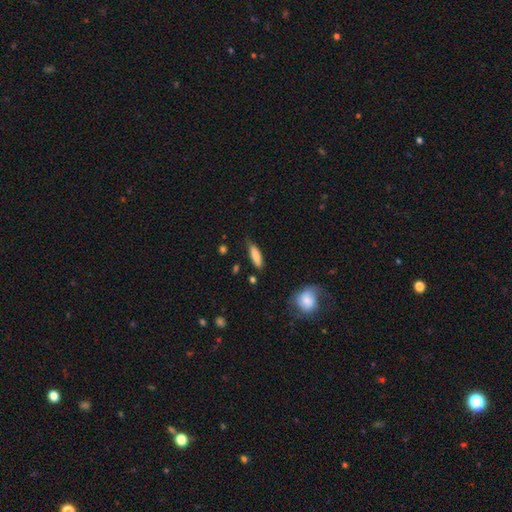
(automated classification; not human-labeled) Smooth or featured? Predicted: smooth (p=0.83). How rounded? Predicted: cigar-shaped (p=0.54). Merging? Predicted: none (p=0.77).